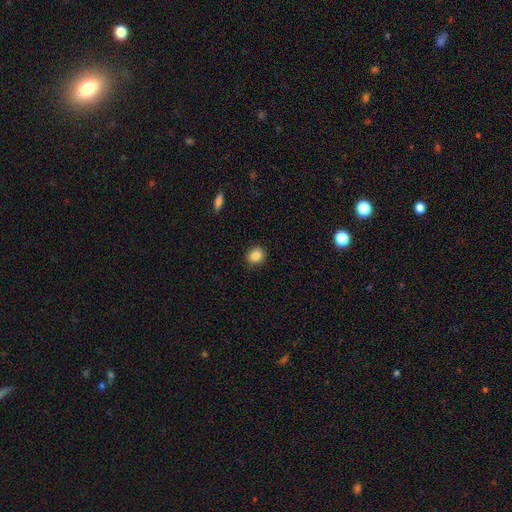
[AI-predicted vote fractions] Smooth or featured? smooth (86%)
How rounded? round (76%)
Merging? none (90%)